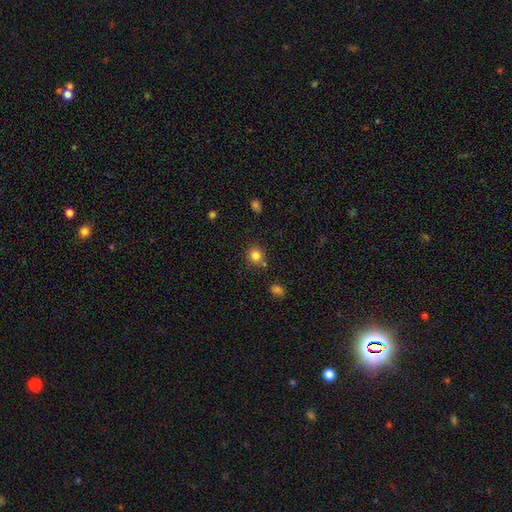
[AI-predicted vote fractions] Overall: smooth (82%). How rounded: round (87%). Merging: none (79%).